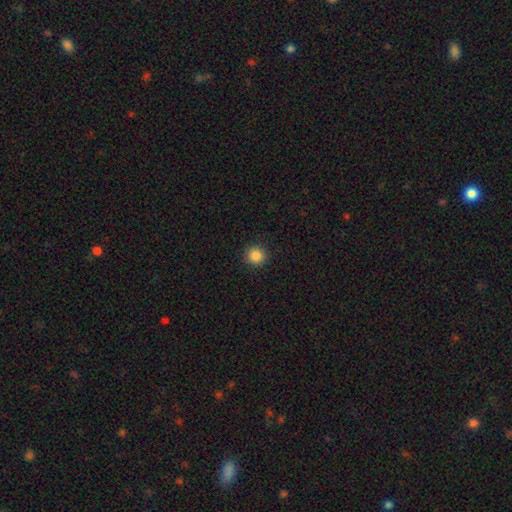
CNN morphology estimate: Smooth or featured? smooth (86%)
How rounded? round (95%)
Merging? none (92%)